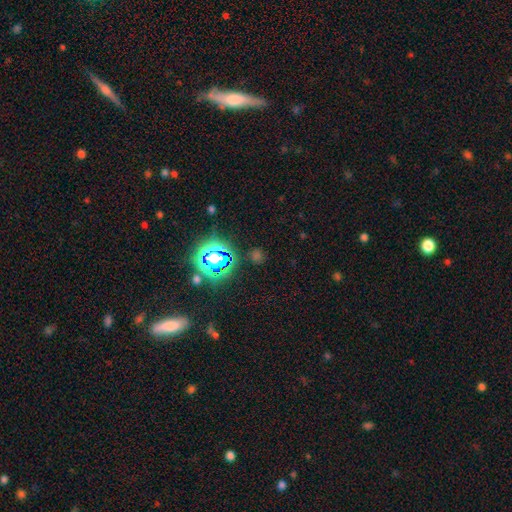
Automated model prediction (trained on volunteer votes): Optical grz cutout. It shows a star or artifact, not a galaxy (59%).